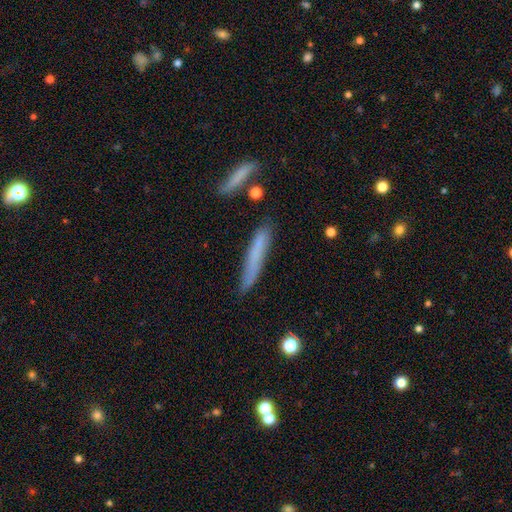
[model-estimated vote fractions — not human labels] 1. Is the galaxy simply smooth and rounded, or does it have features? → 68% smooth, 24% featured or disk, 8% star or artifact.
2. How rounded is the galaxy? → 93% cigar-shaped, 5% in between, 1% round.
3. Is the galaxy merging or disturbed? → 77% none, 16% minor disturbance, 3% major disturbance, 3% merger.